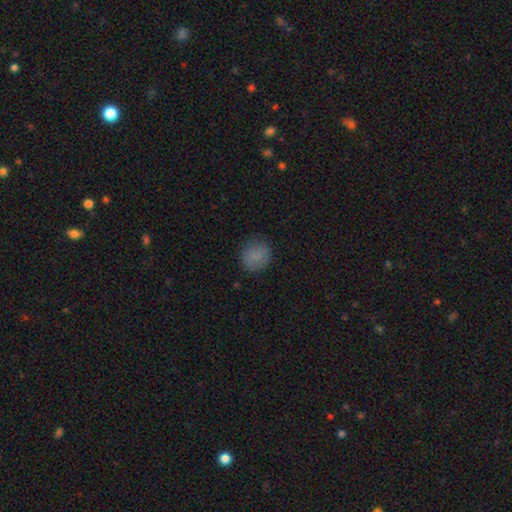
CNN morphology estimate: A smooth galaxy with no disk features (84%) that is round (82%).

Vote fractions:
- Smooth or featured? smooth: 84% / star or artifact: 10% / featured or disk: 6%
- How rounded? round: 82% / in between: 17% / cigar-shaped: 1%
- Merging? none: 83% / minor disturbance: 12% / major disturbance: 3% / merger: 1%